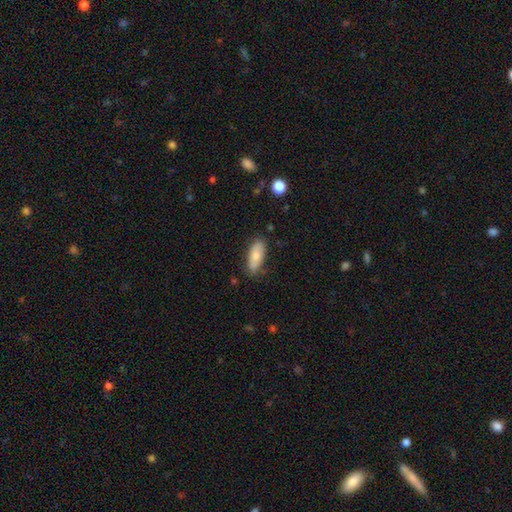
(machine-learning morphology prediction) This appears to be a smooth galaxy with no disk features (76%) that is in between round and cigar-shaped (80%). Merging: none (77%).